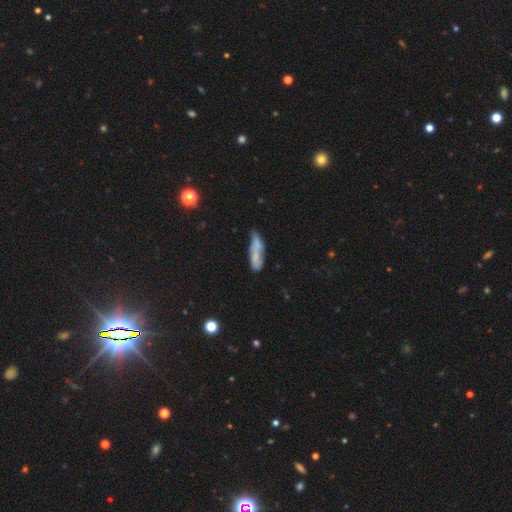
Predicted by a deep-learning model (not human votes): The model was most divided on "merging": none: 41%, minor disturbance: 36%, major disturbance: 14%, merger: 9%. More confident: smooth or featured — smooth (66%); how rounded — cigar-shaped (57%).